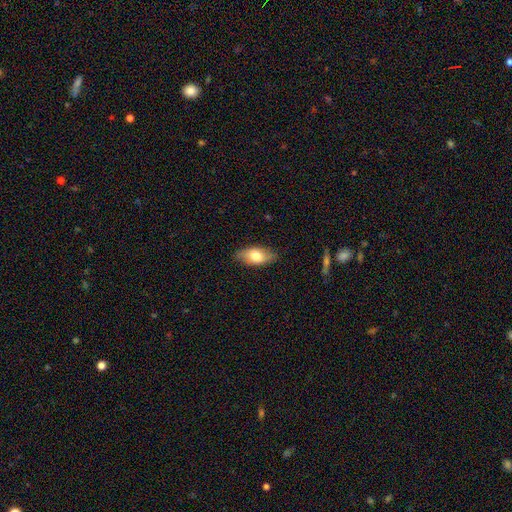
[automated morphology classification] smooth 73%, featured or disk 21%, star or artifact 6%. Down the decision tree: how rounded — in between (88%); merging — none (84%).